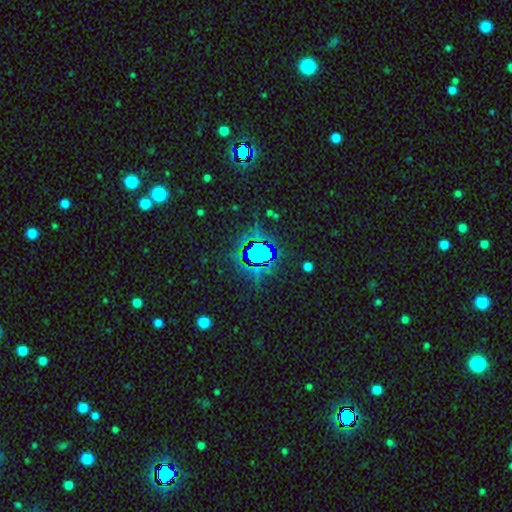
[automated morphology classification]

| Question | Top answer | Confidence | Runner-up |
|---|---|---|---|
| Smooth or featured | star or artifact | 72% | smooth (18%) |